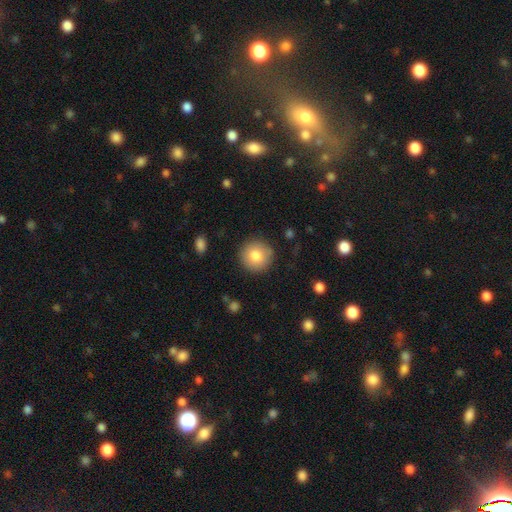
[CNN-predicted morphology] Smooth or featured? smooth (81%)
How rounded? round (94%)
Merging? none (89%)